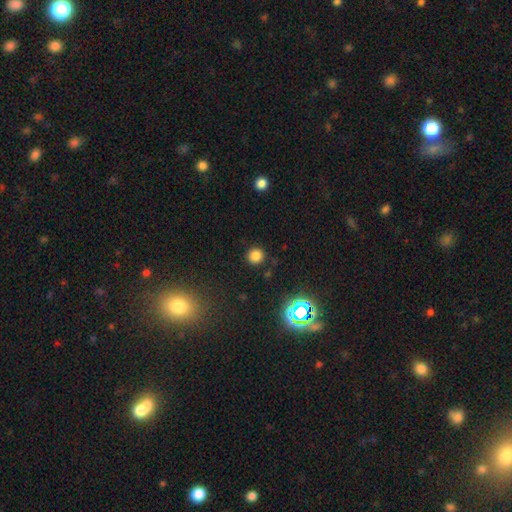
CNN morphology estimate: Smooth or featured?
  - smooth: 77% *
  - star or artifact: 18%
  - featured or disk: 5%
How rounded?
  - round: 93% *
  - in between: 6%
  - cigar-shaped: 1%
Merging?
  - none: 89% *
  - minor disturbance: 7%
  - major disturbance: 3%
  - merger: 2%